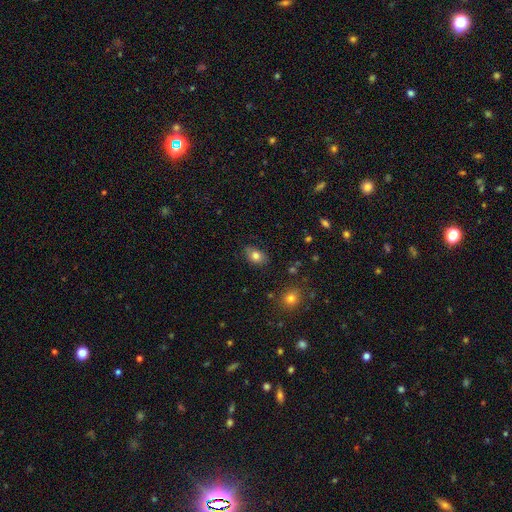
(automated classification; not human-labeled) Smooth or featured? Predicted: smooth (p=0.80). How rounded? Predicted: in between (p=0.79). Merging? Predicted: none (p=0.81).